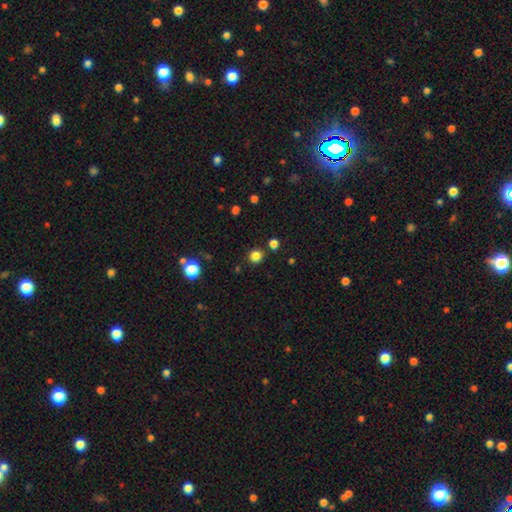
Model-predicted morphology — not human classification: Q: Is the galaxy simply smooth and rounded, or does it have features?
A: smooth — 82%.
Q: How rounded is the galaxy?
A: round — 91%.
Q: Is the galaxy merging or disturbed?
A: none — 86%.